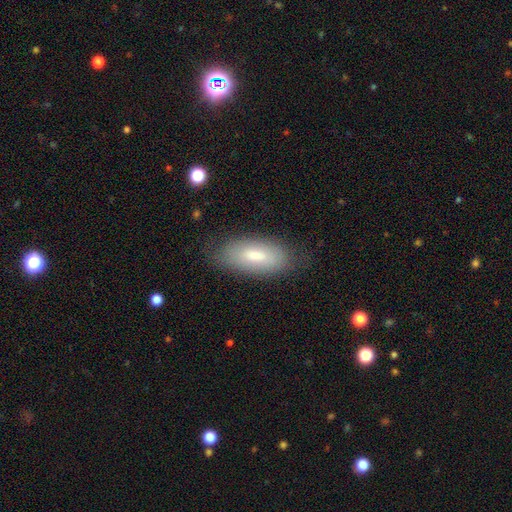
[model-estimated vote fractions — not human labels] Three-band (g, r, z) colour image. It shows a smooth galaxy with no disk features (73%) that is in between round and cigar-shaped (83%). Merging: none (78%).